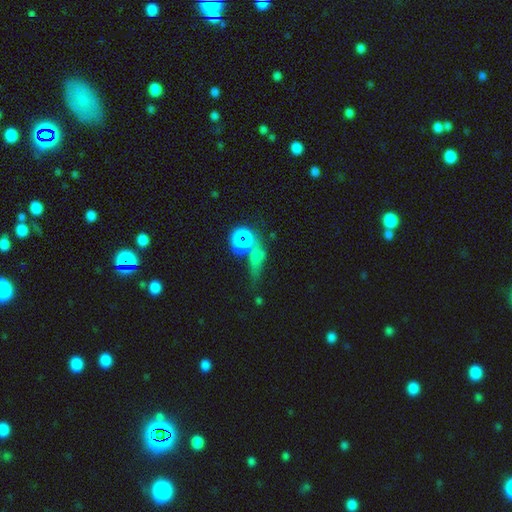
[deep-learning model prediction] This appears to be a star or artifact, not a galaxy (42%, tied with smooth).